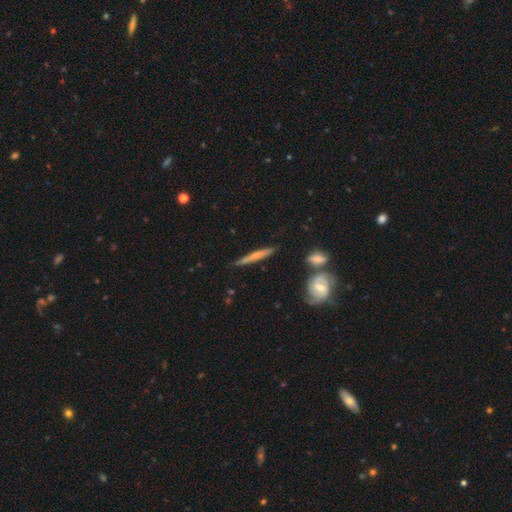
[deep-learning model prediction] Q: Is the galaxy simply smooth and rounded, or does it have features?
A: featured or disk — 54%.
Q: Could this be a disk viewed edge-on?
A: yes — 92%.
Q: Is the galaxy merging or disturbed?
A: none — 83%.